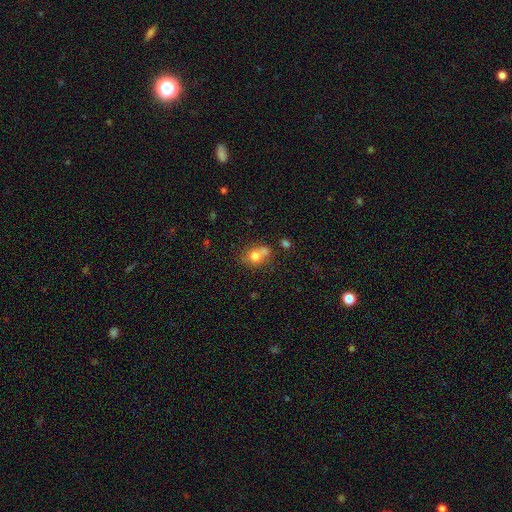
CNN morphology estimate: Smooth or featured? Predicted: smooth (p=0.73). How rounded? Predicted: round (p=0.59). Merging? Predicted: merger (p=0.40).